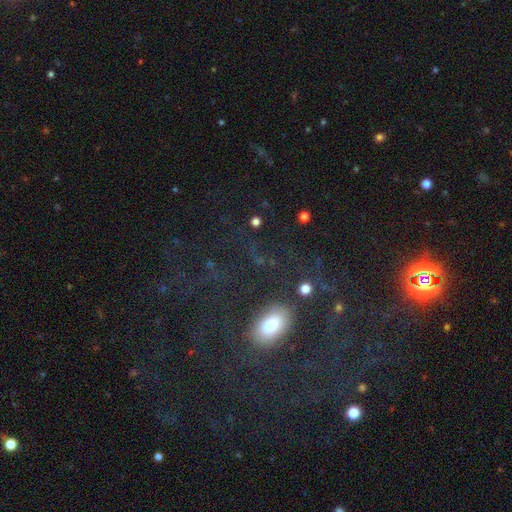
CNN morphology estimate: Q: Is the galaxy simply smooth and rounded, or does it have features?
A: smooth — 43%.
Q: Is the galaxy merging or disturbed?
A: none — 75%.